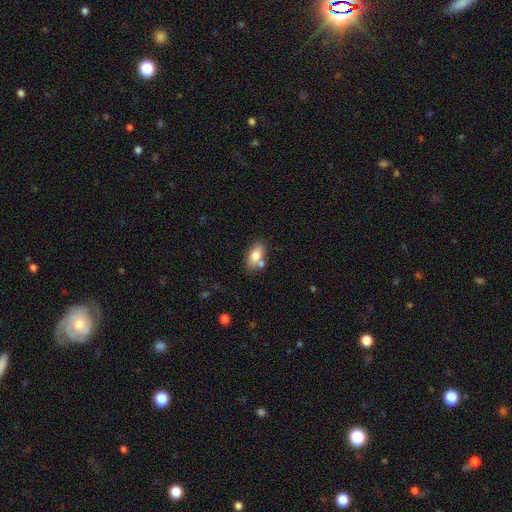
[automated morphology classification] Smooth or featured: smooth — 77% (featured or disk — 15%)
How rounded: in between — 89% (round — 6%)
Merging: none — 64% (merger — 18%)